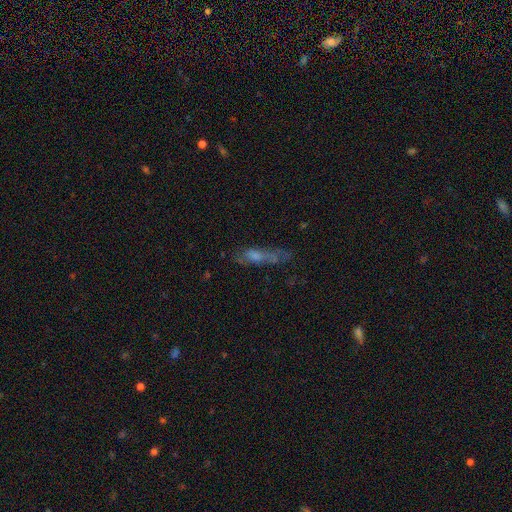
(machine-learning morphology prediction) Overall: featured or disk (44%; smooth 40%). Merging: none (54%; minor disturbance 24%).